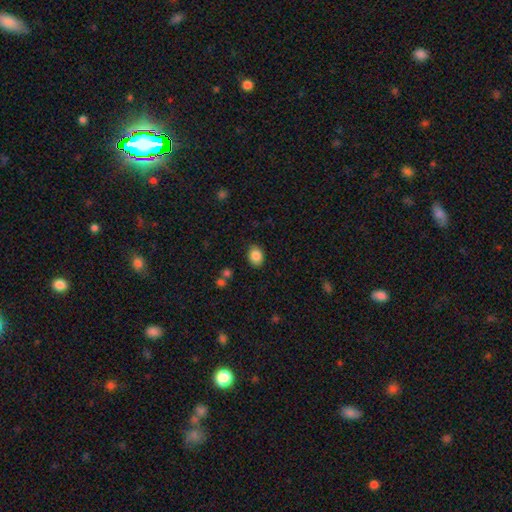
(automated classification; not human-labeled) Morphology: type=smooth (87%); roundness=in between (52%); merging=none (83%).